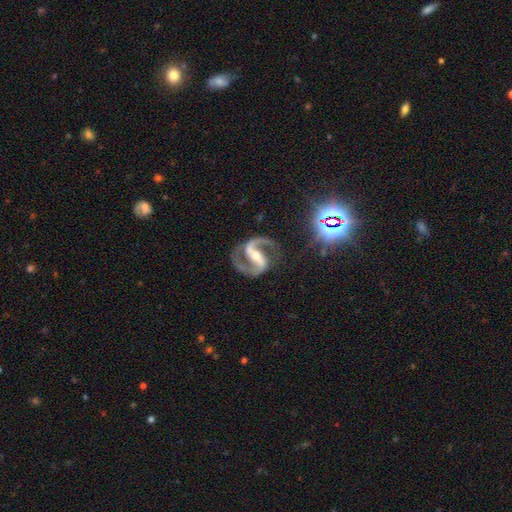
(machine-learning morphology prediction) Q: Smooth or featured?
A: featured or disk (92%); runner-up: star or artifact (5%)
Q: Edge-on disk?
A: no (98%); runner-up: yes (2%)
Q: Bar?
A: strong (72%); runner-up: weak (19%)
Q: Spiral arms?
A: yes (98%); runner-up: no (2%)
Q: Spiral winding?
A: medium (66%); runner-up: loose (18%)
Q: Spiral arm count?
A: 2 (94%); runner-up: 1 (1%)
Q: Bulge size?
A: moderate (50%); runner-up: small (43%)
Q: Merging?
A: none (80%); runner-up: minor disturbance (12%)